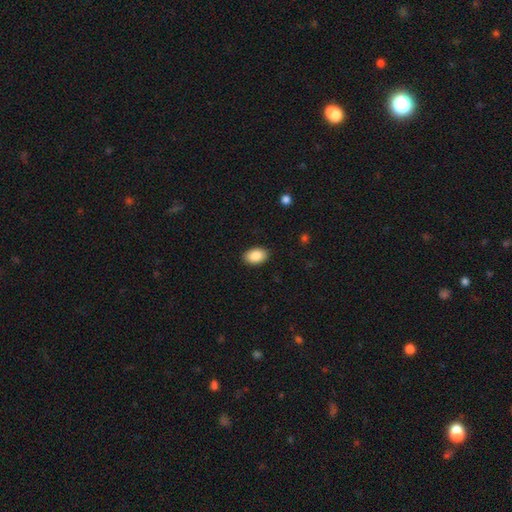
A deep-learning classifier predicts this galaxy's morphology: smooth-or-featured: smooth: 89% | star or artifact: 7% | featured or disk: 4%
  how-rounded: in between: 90% | round: 8% | cigar-shaped: 1%
  merging: none: 89% | minor disturbance: 8% | major disturbance: 2% | merger: 1%